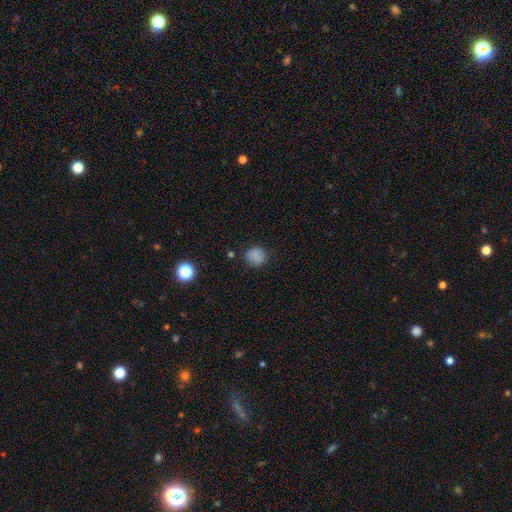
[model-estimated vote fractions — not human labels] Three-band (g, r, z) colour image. It shows a smooth galaxy with no disk features (81%) that is round (81%). Merging: none (76%).